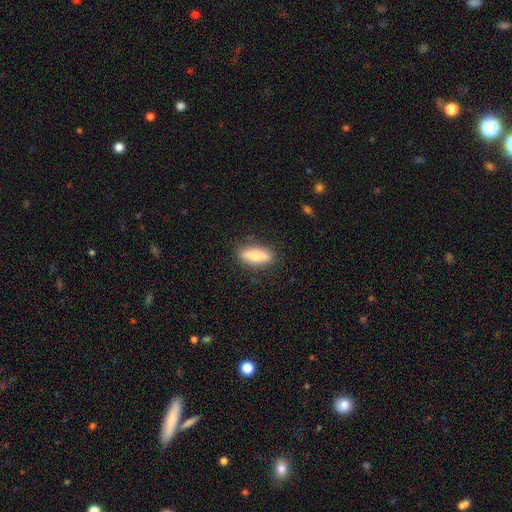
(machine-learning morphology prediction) type=smooth (77%); roundness=in between (55%); merging=none (86%).